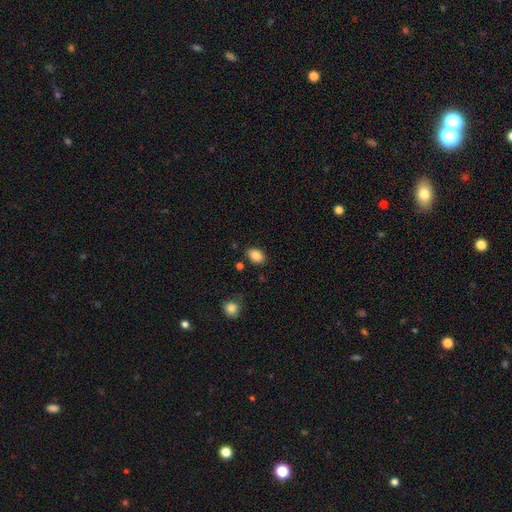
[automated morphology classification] A smooth galaxy with no disk features (87%) that is in between round and cigar-shaped (84%).

Vote fractions:
- Smooth or featured? smooth: 87% / star or artifact: 8% / featured or disk: 5%
- How rounded? in between: 84% / round: 14% / cigar-shaped: 1%
- Merging? none: 84% / minor disturbance: 11% / merger: 3% / major disturbance: 3%